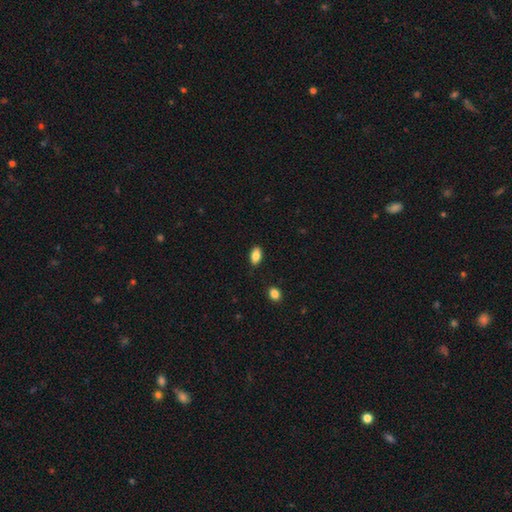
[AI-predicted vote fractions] smooth-or-featured: smooth: 83% | featured or disk: 9% | star or artifact: 8%
  how-rounded: in between: 91% | round: 5% | cigar-shaped: 4%
  merging: none: 87% | minor disturbance: 9% | major disturbance: 2% | merger: 1%